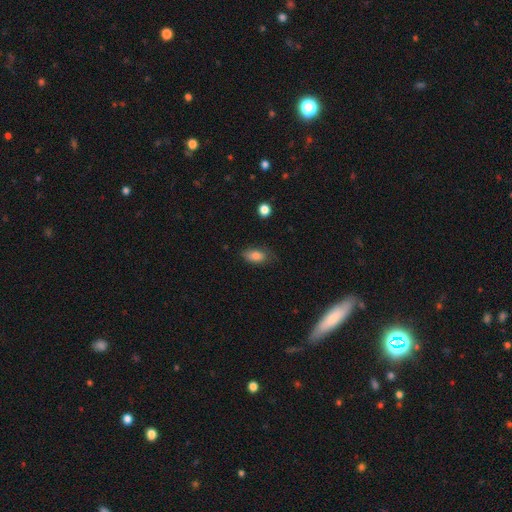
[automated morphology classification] smooth 82%, featured or disk 10%, star or artifact 8%. Down the decision tree: how rounded — in between (89%); merging — none (71%).